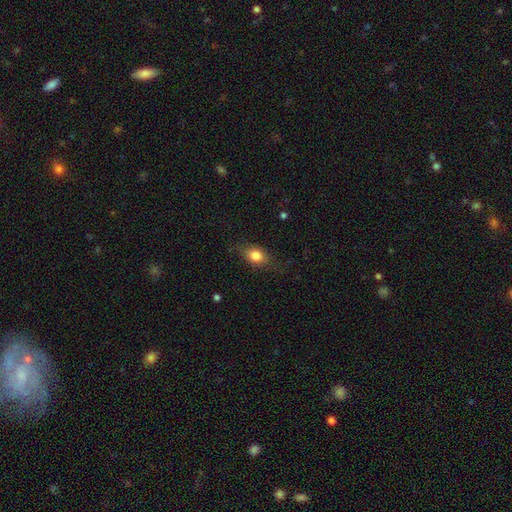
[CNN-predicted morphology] smooth_or_featured: smooth (p=0.78) [alt: featured or disk p=0.13]
how_rounded: in between (p=0.70) [alt: round p=0.25]
merging: none (p=0.73) [alt: minor disturbance p=0.19]